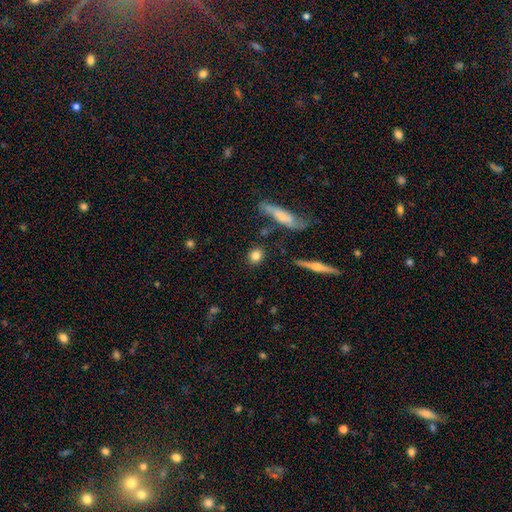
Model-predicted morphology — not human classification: The model was most divided on "how rounded": round: 76%, in between: 19%, cigar-shaped: 5%. More confident: merging — none (85%); smooth or featured — smooth (82%).